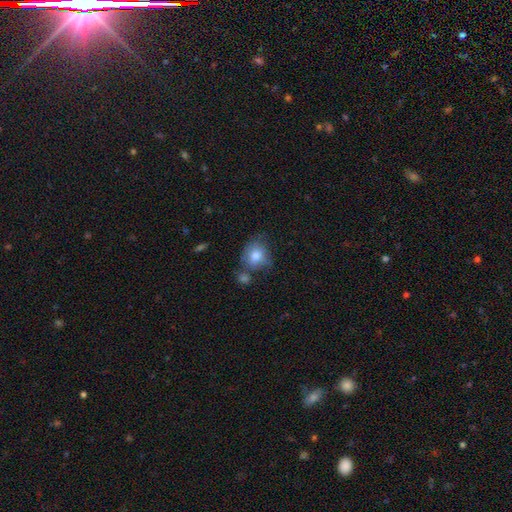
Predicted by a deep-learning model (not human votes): smooth 75%, featured or disk 16%, star or artifact 8%. Down the decision tree: how rounded — round (69%); merging — none (50%).